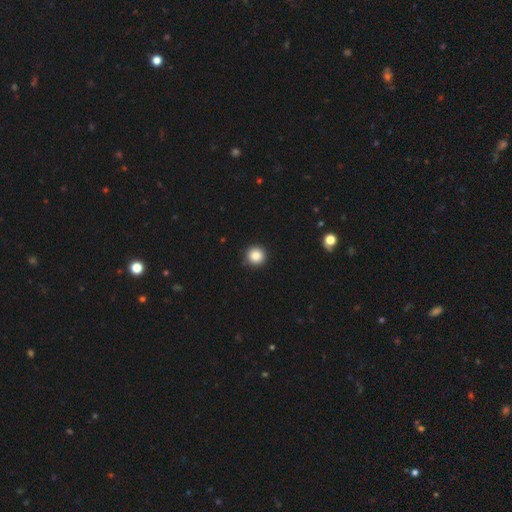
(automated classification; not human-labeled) Q: Smooth or featured?
A: smooth (86%); runner-up: star or artifact (10%)
Q: How rounded?
A: round (96%); runner-up: in between (3%)
Q: Merging?
A: none (91%); runner-up: minor disturbance (6%)